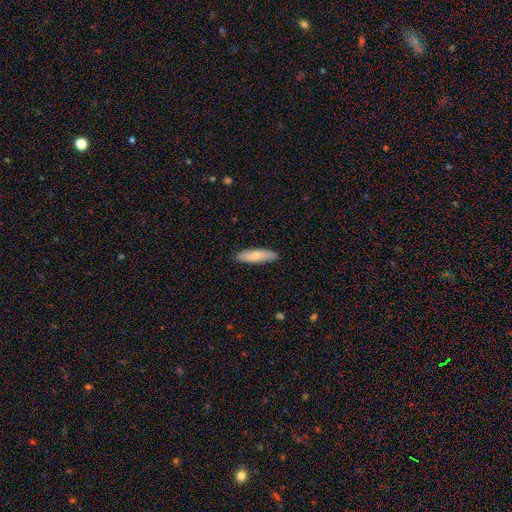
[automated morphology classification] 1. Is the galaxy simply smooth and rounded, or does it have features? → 78% smooth, 17% featured or disk, 5% star or artifact.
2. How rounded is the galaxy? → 65% cigar-shaped, 33% in between, 2% round.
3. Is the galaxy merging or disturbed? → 87% none, 10% minor disturbance, 2% major disturbance, 1% merger.